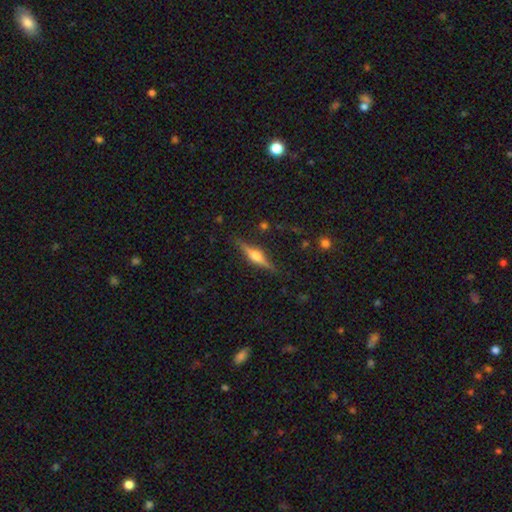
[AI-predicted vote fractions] Smooth or featured: featured or disk — 74% (smooth — 19%)
Edge-on disk: yes — 98% (no — 2%)
Edge-on bulge: rounded — 92% (boxy — 5%)
Merging: none — 88% (minor disturbance — 9%)